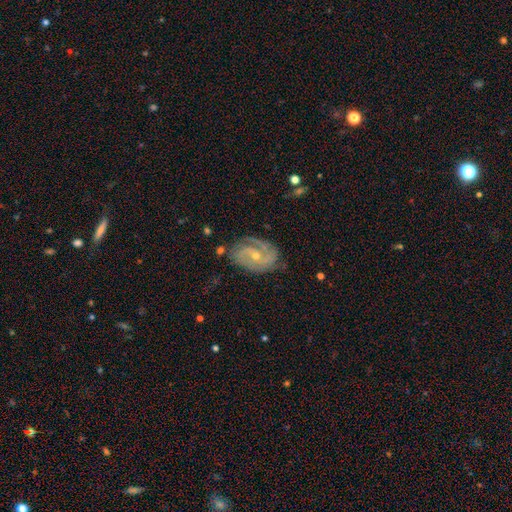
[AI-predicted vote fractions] This is clearly a featured or disk galaxy (86%). It is clearly not viewed edge-on (97%). Bar: possibly no (55%). Spiral arm pattern: clearly yes (96%). Spiral arm count: possibly 2 (52%). Spiral winding: possibly tight (52%). Central bulge: likely small (61%). Merging: likely none (71%).